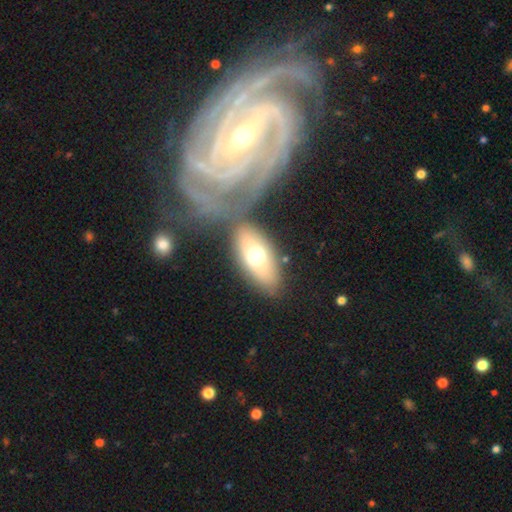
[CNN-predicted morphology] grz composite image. It shows a smooth galaxy with no disk features (60%) that is in between round and cigar-shaped (82%). Merging: none (64%).